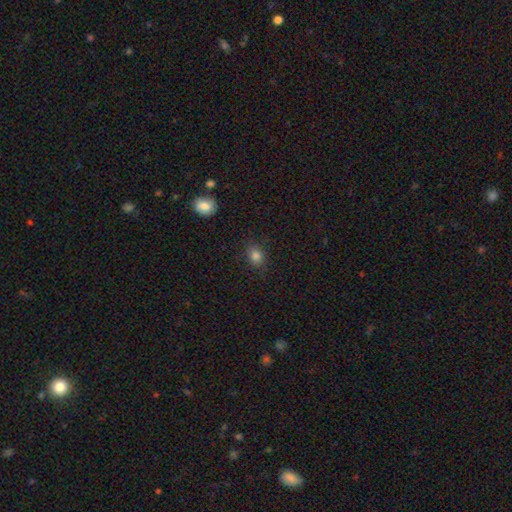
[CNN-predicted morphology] This is clearly a smooth galaxy (83%). How rounded: possibly in between (50%). Merging: clearly none (84%).